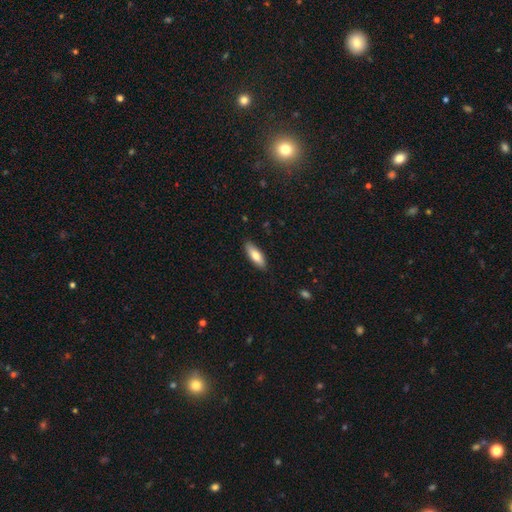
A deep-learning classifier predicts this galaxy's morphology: A smooth galaxy with no disk features (76%) that is in between round and cigar-shaped (64%).

Vote fractions:
- Smooth or featured? smooth: 76% / featured or disk: 19% / star or artifact: 6%
- How rounded? in between: 64% / cigar-shaped: 34% / round: 2%
- Merging? none: 88% / minor disturbance: 9% / major disturbance: 2% / merger: 1%